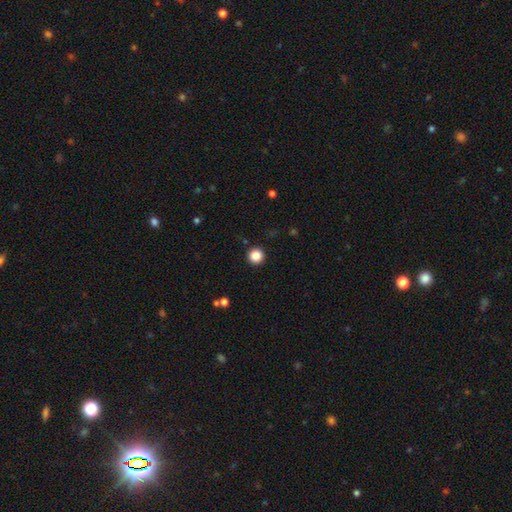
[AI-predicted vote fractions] Morphology: type=smooth (86%); roundness=round (96%); merging=none (92%).